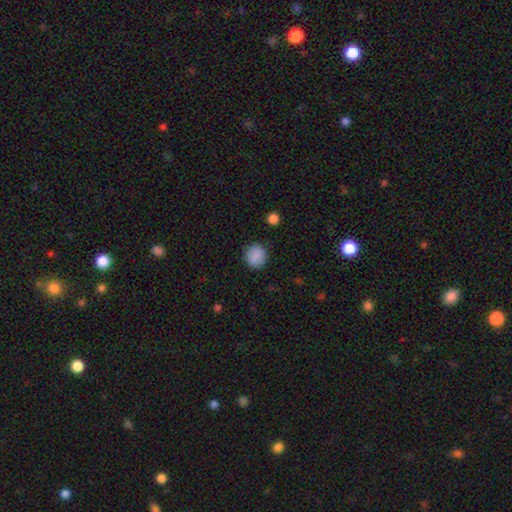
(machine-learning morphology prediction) This is clearly a smooth galaxy (88%). How rounded: clearly round (84%). Merging: clearly none (88%).